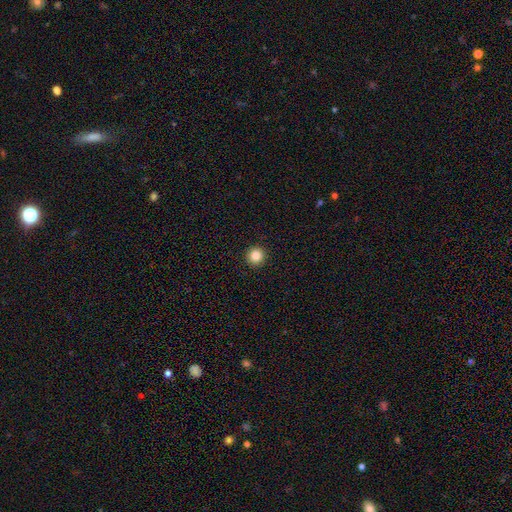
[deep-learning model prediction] smooth_or_featured: smooth (p=0.84) [alt: star or artifact p=0.11]
how_rounded: round (p=0.95) [alt: in between p=0.04]
merging: none (p=0.94) [alt: minor disturbance p=0.04]